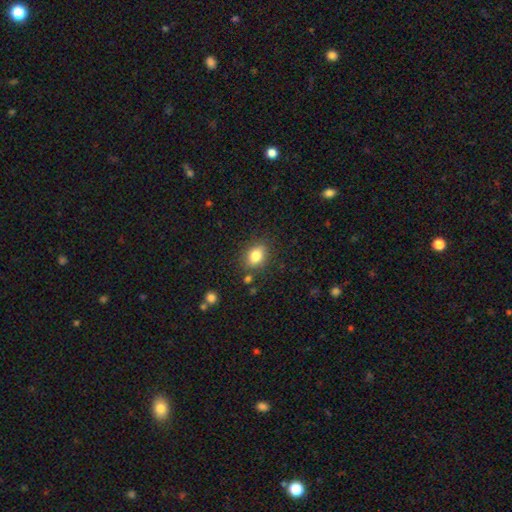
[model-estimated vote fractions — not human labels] smooth-or-featured: smooth: 83% | star or artifact: 9% | featured or disk: 8%
  how-rounded: in between: 72% | round: 26% | cigar-shaped: 1%
  merging: none: 81% | minor disturbance: 12% | merger: 3% | major disturbance: 3%